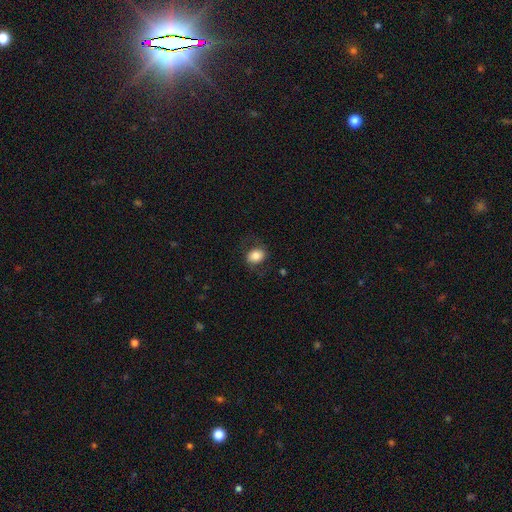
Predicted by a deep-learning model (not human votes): smooth-or-featured: smooth: 76% | featured or disk: 16% | star or artifact: 8%
  how-rounded: in between: 60% | round: 39% | cigar-shaped: 1%
  merging: none: 73% | minor disturbance: 16% | major disturbance: 9% | merger: 1%